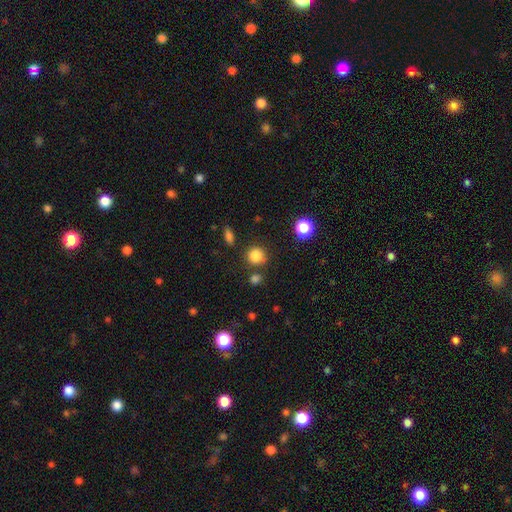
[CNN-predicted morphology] Smooth or featured?
  - smooth: 83% *
  - star or artifact: 13%
  - featured or disk: 5%
How rounded?
  - round: 88% *
  - in between: 11%
  - cigar-shaped: 1%
Merging?
  - none: 77% *
  - minor disturbance: 11%
  - merger: 8%
  - major disturbance: 4%